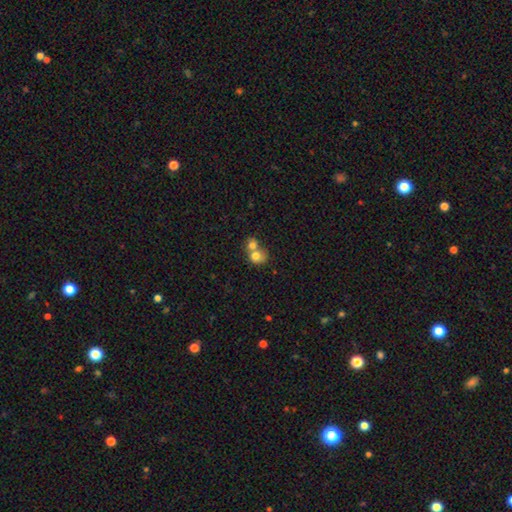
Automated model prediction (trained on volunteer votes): Overall: smooth (75%). How rounded: round (68%; in between 31%). Merging: merger (70%).